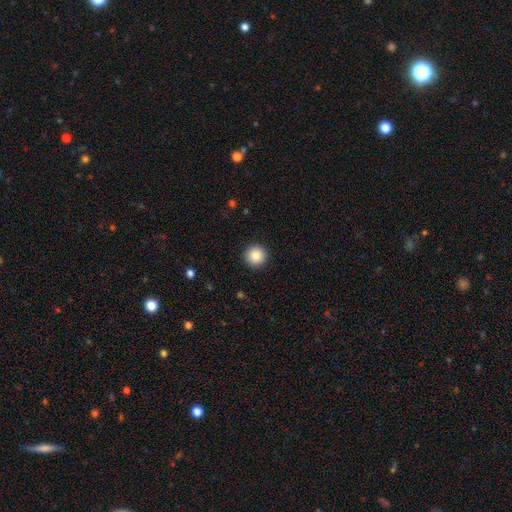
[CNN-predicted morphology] Smooth or featured? smooth (86%)
How rounded? round (96%)
Merging? none (93%)